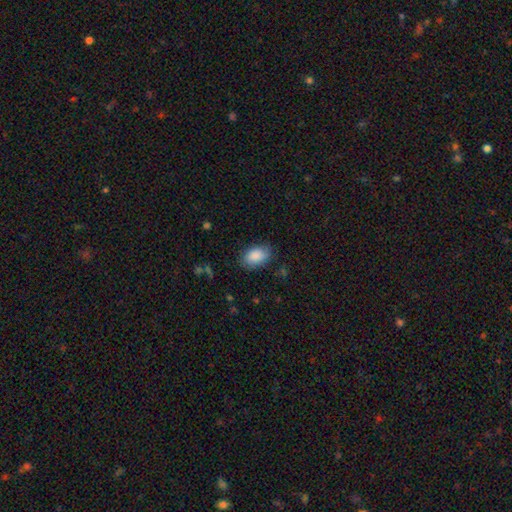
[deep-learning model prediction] smooth 87%, star or artifact 6%, featured or disk 6%. Down the decision tree: how rounded — in between (89%); merging — none (79%).